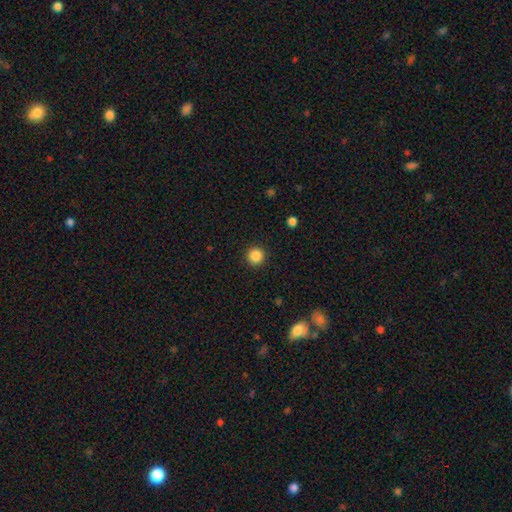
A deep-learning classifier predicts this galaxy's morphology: Smooth or featured?
  - smooth: 86% *
  - star or artifact: 10%
  - featured or disk: 3%
How rounded?
  - round: 95% *
  - in between: 4%
  - cigar-shaped: 1%
Merging?
  - none: 92% *
  - minor disturbance: 5%
  - major disturbance: 2%
  - merger: 1%